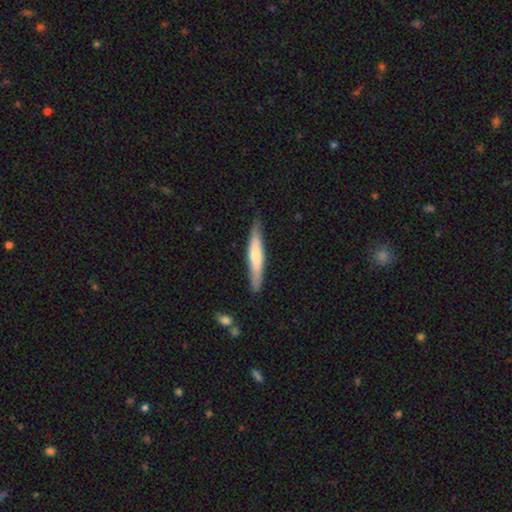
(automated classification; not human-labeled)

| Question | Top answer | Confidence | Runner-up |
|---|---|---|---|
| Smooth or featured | smooth | 59% | featured or disk (36%) |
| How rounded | cigar-shaped | 92% | in between (7%) |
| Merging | none | 83% | minor disturbance (13%) |